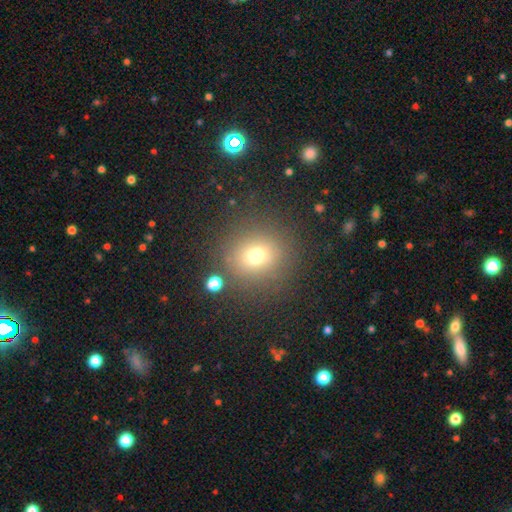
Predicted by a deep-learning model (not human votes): smooth_or_featured: smooth (p=0.70) [alt: star or artifact p=0.19]
how_rounded: round (p=0.88) [alt: in between p=0.11]
merging: none (p=0.82) [alt: minor disturbance p=0.09]